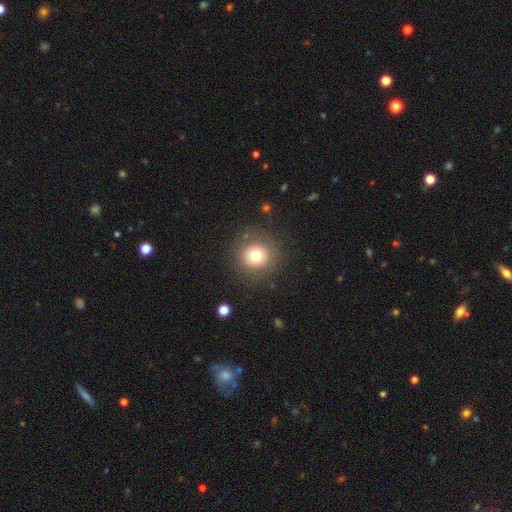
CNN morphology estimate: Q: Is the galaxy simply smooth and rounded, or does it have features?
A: smooth — 74%.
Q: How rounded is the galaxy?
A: round — 94%.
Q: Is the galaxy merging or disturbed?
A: none — 85%.